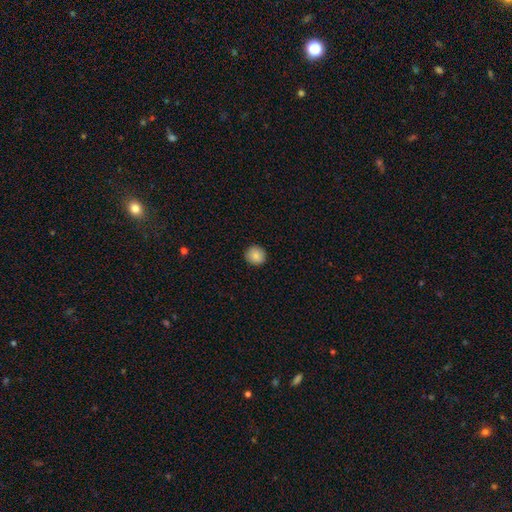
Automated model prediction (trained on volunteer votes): Overall: smooth (86%). How rounded: round (91%). Merging: none (92%).